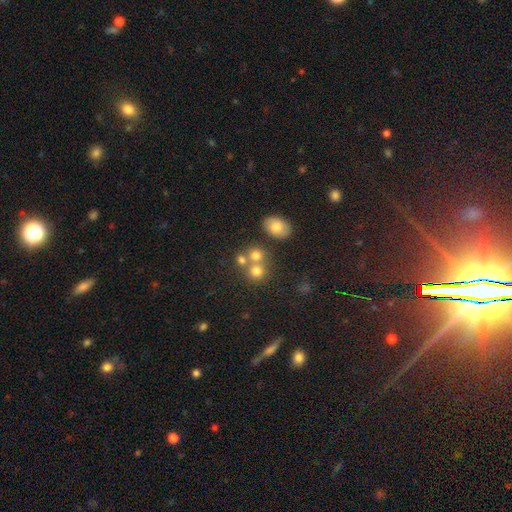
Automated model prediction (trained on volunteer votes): Overall: smooth (72%). How rounded: round (77%). Merging: none (49%; merger 39%).